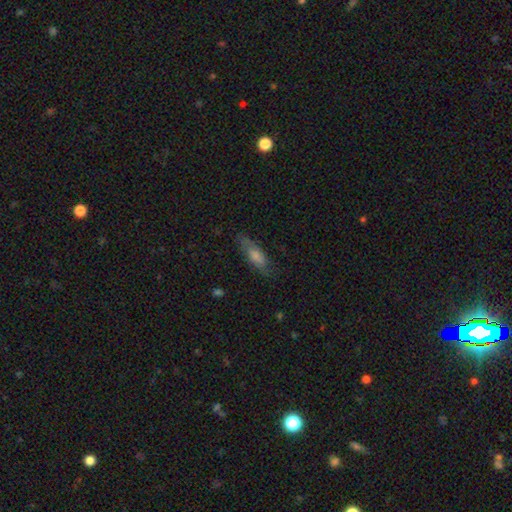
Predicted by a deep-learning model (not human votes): smooth-or-featured: smooth: 54% | featured or disk: 36% | star or artifact: 10%
  how-rounded: in between: 49% (tied) | cigar-shaped: 49% (tied) | round: 3%
  merging: none: 75% | minor disturbance: 18% | major disturbance: 6% | merger: 1%